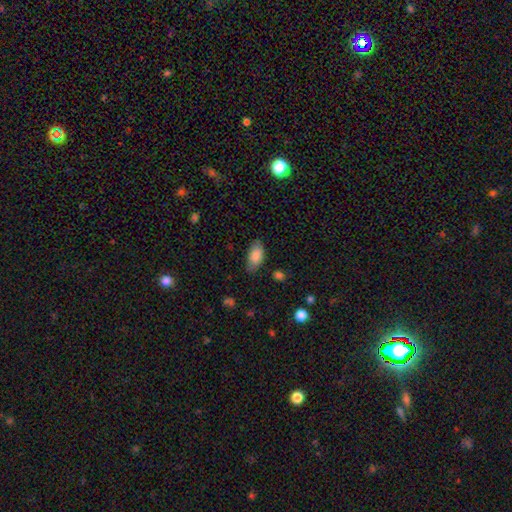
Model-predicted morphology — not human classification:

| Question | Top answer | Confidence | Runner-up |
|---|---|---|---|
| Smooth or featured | smooth | 85% | featured or disk (8%) |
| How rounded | in between | 92% | cigar-shaped (5%) |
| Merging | none | 75% | minor disturbance (19%) |